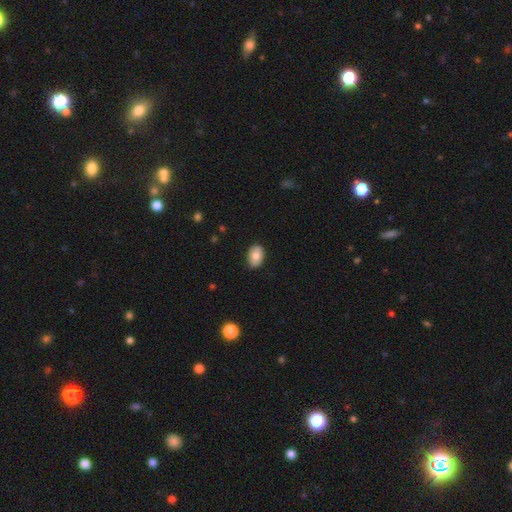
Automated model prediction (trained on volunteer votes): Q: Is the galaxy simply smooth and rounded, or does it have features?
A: smooth — 79%.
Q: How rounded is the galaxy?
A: in between — 85%.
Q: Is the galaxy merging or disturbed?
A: none — 86%.